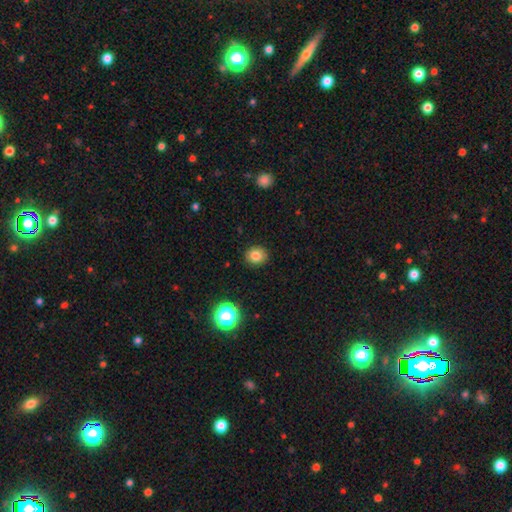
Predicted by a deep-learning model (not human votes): Morphology: type=smooth (81%); roundness=round (79%); merging=none (89%).